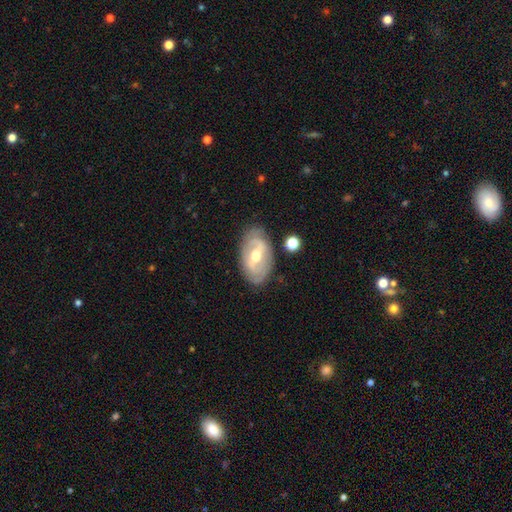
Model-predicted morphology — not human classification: The model was most divided on "bar": weak: 42%, strong: 39%, no: 20%. More confident: edge-on disk — no (93%); merging — none (77%); smooth or featured — featured or disk (76%); bulge size — moderate (74%); spiral arms — yes (70%).